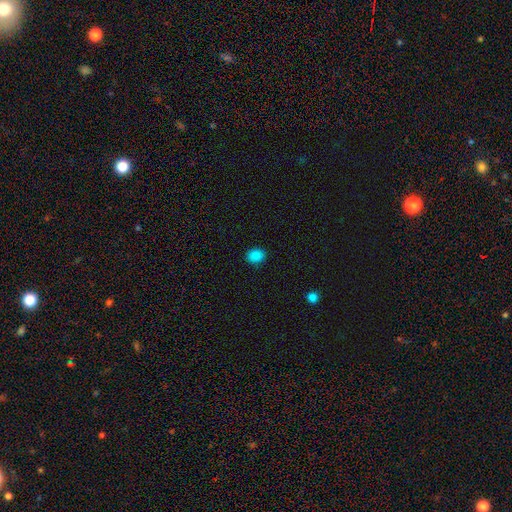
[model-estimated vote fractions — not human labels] This is clearly a smooth galaxy (86%). How rounded: possibly in between (52%). Merging: clearly none (89%).